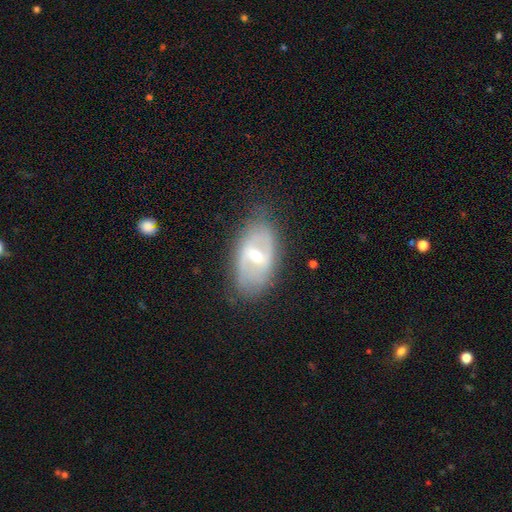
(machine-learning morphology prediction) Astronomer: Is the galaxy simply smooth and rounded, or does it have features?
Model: featured or disk — 72%.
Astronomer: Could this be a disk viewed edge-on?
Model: no — 91%.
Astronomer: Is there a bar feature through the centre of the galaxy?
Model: weak — 50% (runner-up: strong, 35%).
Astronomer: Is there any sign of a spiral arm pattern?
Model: yes — 66%.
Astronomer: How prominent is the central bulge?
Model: moderate — 59% (runner-up: small, 36%).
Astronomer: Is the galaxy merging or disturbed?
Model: none — 77%.